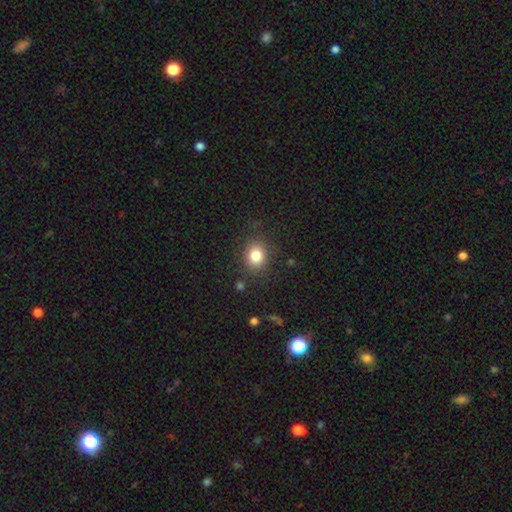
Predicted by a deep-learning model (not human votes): Smooth or featured?
  - smooth: 82% *
  - star or artifact: 11%
  - featured or disk: 7%
How rounded?
  - round: 63% *
  - in between: 36%
  - cigar-shaped: 1%
Merging?
  - none: 83% *
  - minor disturbance: 11%
  - major disturbance: 4%
  - merger: 2%